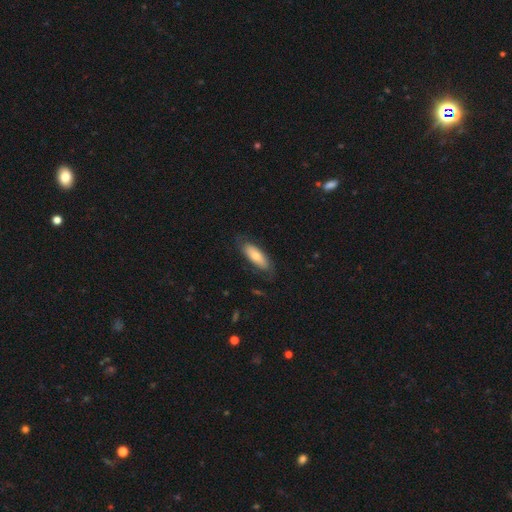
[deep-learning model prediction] smooth-or-featured: smooth: 66% | featured or disk: 28% | star or artifact: 6%
  how-rounded: in between: 66% | cigar-shaped: 32% | round: 2%
  merging: none: 72% | minor disturbance: 20% | major disturbance: 7% | merger: 1%